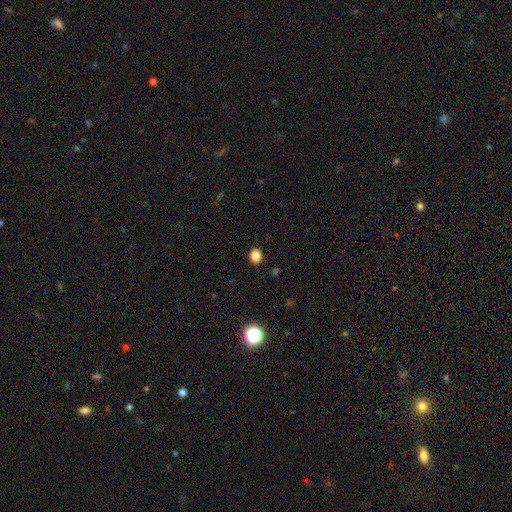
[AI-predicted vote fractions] The model was most divided on "how rounded": round: 60%, in between: 39%, cigar-shaped: 1%. More confident: merging — none (90%); smooth or featured — smooth (85%).